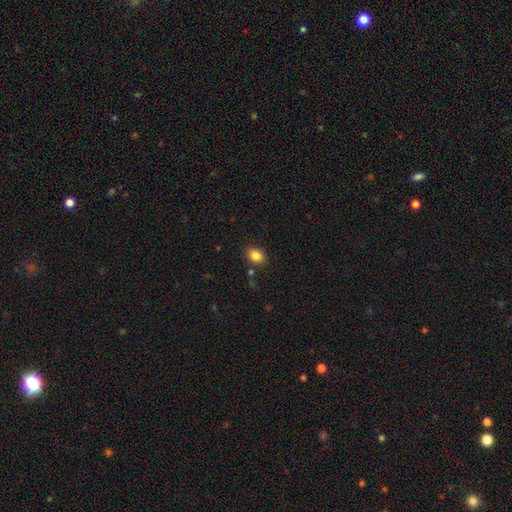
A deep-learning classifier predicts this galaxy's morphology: type=smooth (85%); roundness=in between (52%); merging=none (84%).